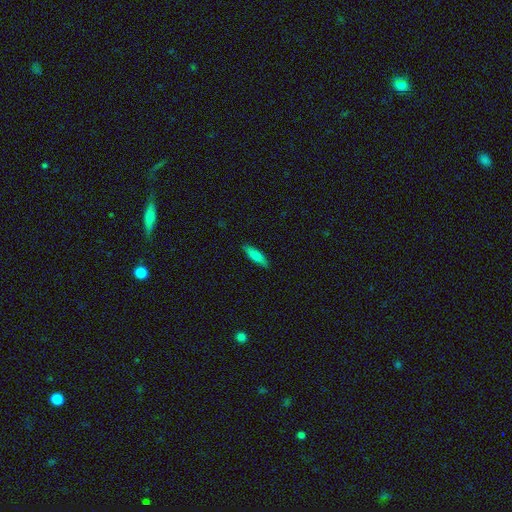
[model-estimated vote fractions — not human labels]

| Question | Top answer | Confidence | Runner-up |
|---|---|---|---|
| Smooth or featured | smooth | 73% | featured or disk (20%) |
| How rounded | cigar-shaped | 68% | in between (30%) |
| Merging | none | 88% | minor disturbance (9%) |